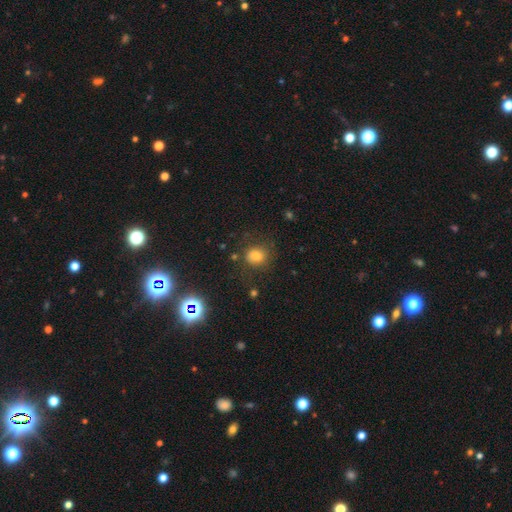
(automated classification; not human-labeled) This is likely a smooth galaxy (73%). How rounded: likely round (77%). Merging: likely none (77%).